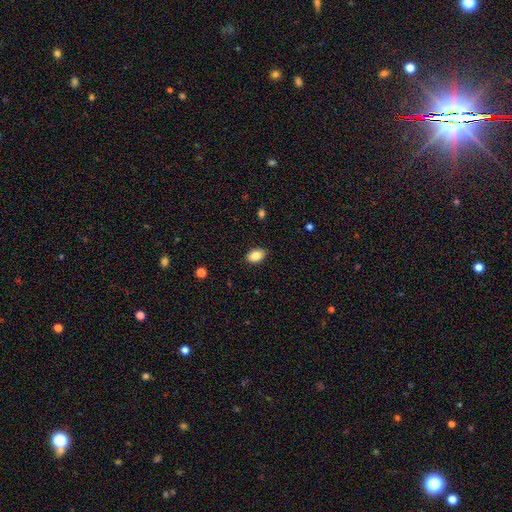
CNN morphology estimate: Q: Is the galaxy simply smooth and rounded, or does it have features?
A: smooth — 87%.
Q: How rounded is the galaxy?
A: in between — 90%.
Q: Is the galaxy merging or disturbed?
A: none — 87%.